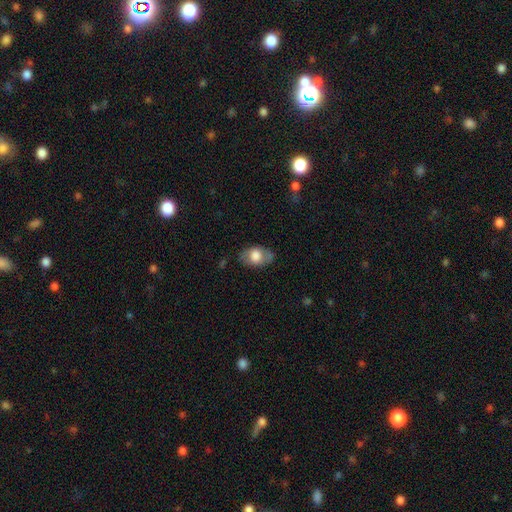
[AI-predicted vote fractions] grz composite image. It shows a smooth galaxy with no disk features (66%) that is in between round and cigar-shaped (87%). Merging: none (74%).